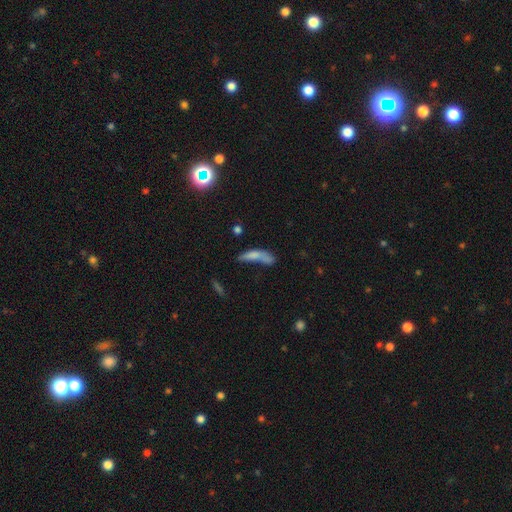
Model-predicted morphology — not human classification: This is likely a smooth galaxy (68%). How rounded: possibly cigar-shaped (58%). Merging: marginally merger (33%).